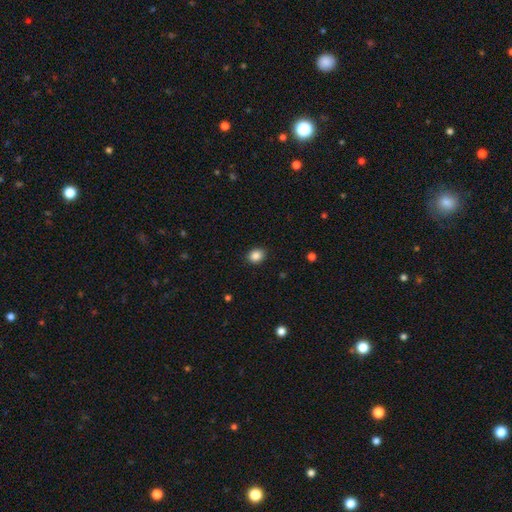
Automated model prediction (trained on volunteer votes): smooth-or-featured: smooth: 87% | star or artifact: 9% | featured or disk: 4%
  how-rounded: round: 54% | in between: 45% | cigar-shaped: 1%
  merging: none: 89% | minor disturbance: 8% | major disturbance: 2% | merger: 1%